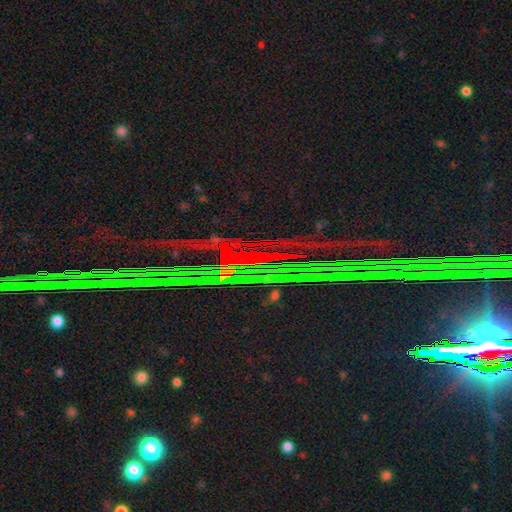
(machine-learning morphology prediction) The model was most divided on "smooth or featured": star or artifact: 83%, featured or disk: 9%, smooth: 8%.